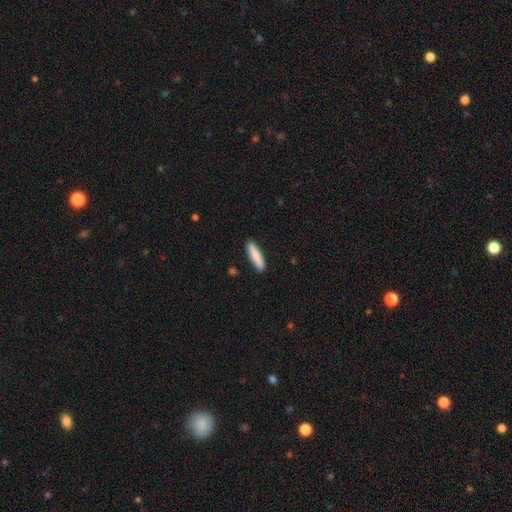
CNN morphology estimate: A smooth galaxy with no disk features (86%) that is cigar-shaped (80%).

Vote fractions:
- Smooth or featured? smooth: 86% / featured or disk: 8% / star or artifact: 6%
- How rounded? cigar-shaped: 80% / in between: 19% / round: 1%
- Merging? none: 89% / minor disturbance: 8% / major disturbance: 2% / merger: 1%